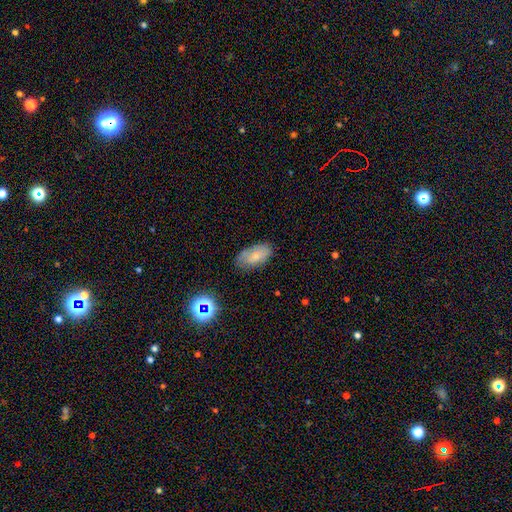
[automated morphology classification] The model was most divided on "smooth or featured": smooth: 71%, featured or disk: 19%, star or artifact: 10%. More confident: how rounded — in between (93%); merging — none (73%).